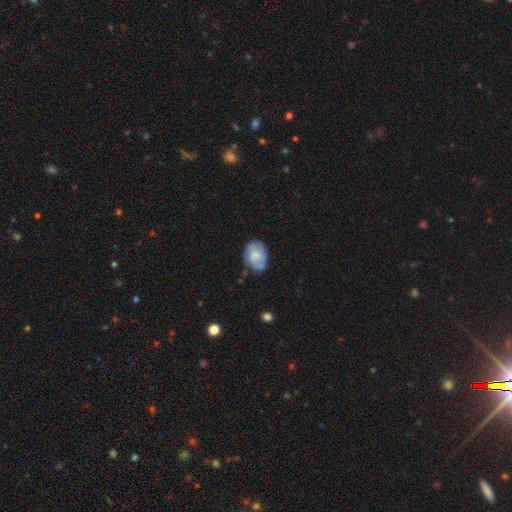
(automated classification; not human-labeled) smooth_or_featured: smooth (p=0.64) [alt: featured or disk p=0.29]
how_rounded: in between (p=0.71) [alt: round p=0.28]
merging: none (p=0.59) [alt: minor disturbance p=0.30]